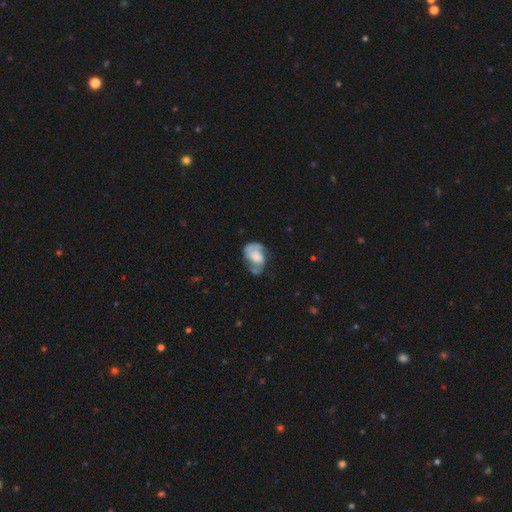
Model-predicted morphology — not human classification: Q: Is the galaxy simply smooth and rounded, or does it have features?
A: featured or disk — 65%.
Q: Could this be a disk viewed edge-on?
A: no — 97%.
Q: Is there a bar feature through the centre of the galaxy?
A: no — 60%.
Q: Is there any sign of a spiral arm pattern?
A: yes — 84%.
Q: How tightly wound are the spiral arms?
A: medium — 44%.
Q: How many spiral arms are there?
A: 2 — 70%.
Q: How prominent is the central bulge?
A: moderate — 33%.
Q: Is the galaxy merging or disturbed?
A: none — 43%.